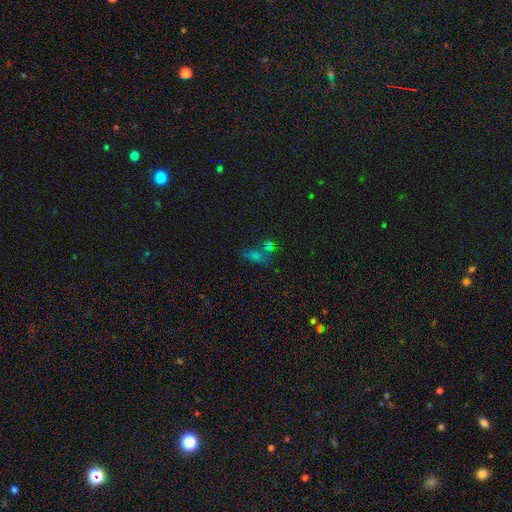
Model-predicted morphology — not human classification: A smooth galaxy with no disk features (48%). Merging: none (48%).